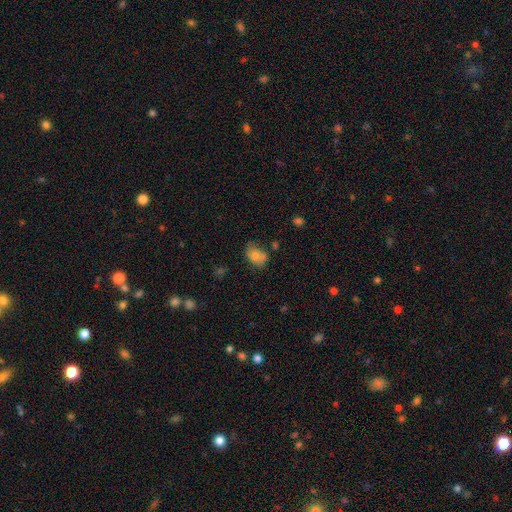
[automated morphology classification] Overall: smooth (70%). How rounded: in between (70%). Merging: none (51%; minor disturbance 28%).